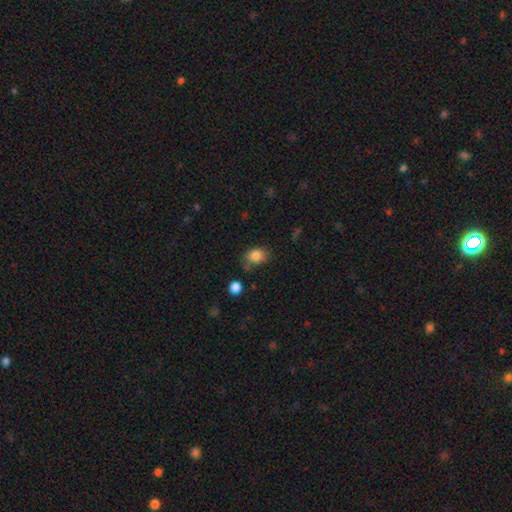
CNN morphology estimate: Smooth or featured? smooth (83%)
How rounded? in between (60%)
Merging? none (57%)